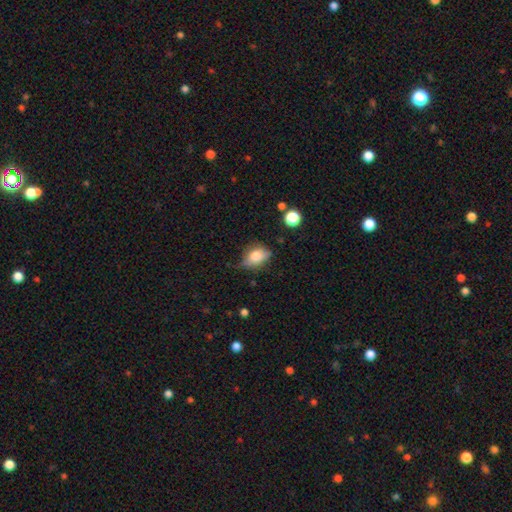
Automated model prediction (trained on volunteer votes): Smooth or featured? smooth (73%)
How rounded? in between (73%)
Merging? none (52%)